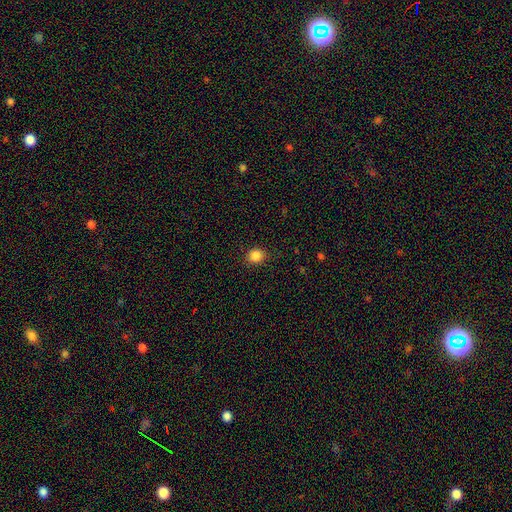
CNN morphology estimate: type=smooth (86%); roundness=round (79%); merging=none (87%).